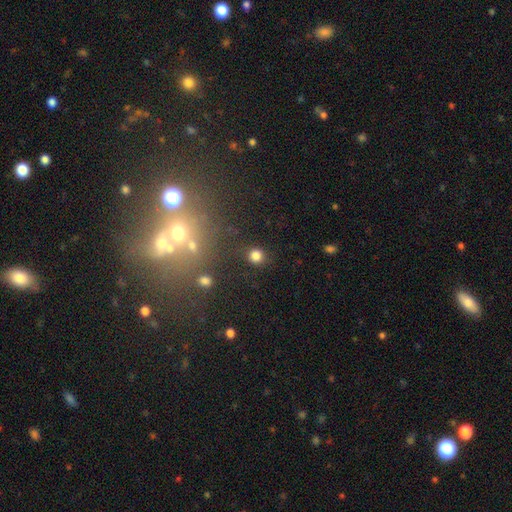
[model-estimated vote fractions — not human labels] Smooth or featured? Predicted: smooth (p=0.82). How rounded? Predicted: round (p=0.90). Merging? Predicted: none (p=0.86).